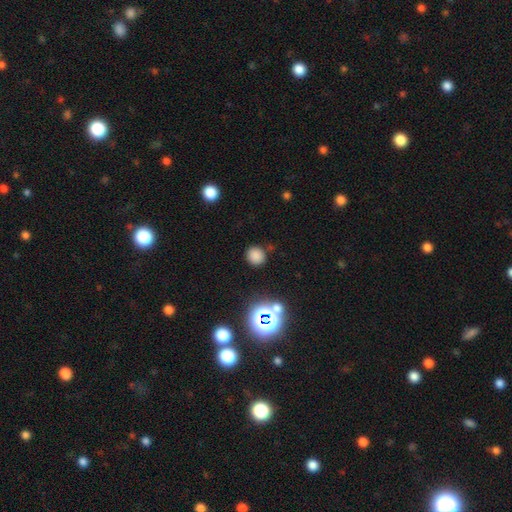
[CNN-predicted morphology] This is likely a smooth galaxy (78%). How rounded: clearly round (85%). Merging: clearly none (85%).